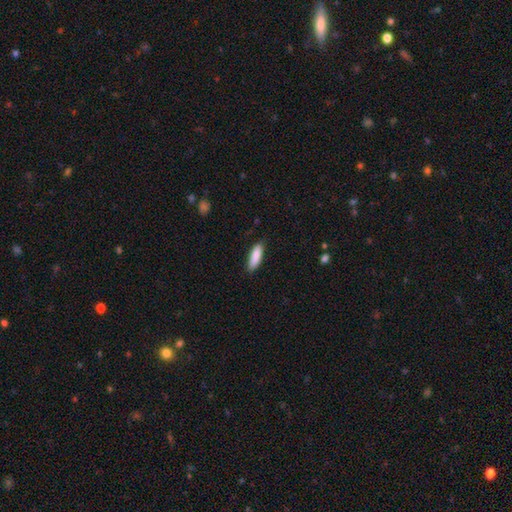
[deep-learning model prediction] Morphology: type=smooth (87%); roundness=cigar-shaped (54%); merging=none (81%).